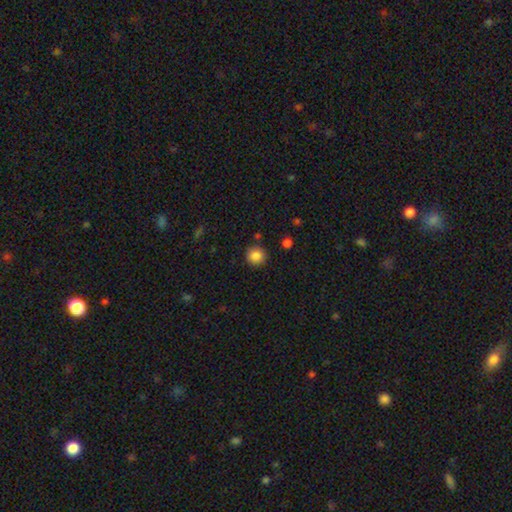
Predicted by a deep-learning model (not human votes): Morphology: type=smooth (85%); roundness=round (93%); merging=none (89%).